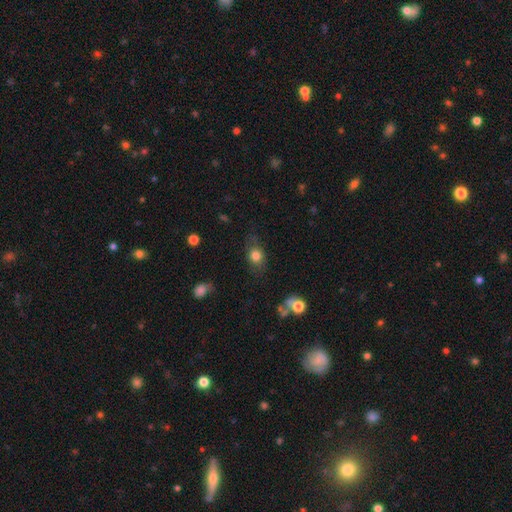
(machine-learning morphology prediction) type=smooth (76%); roundness=in between (54%); merging=none (69%).